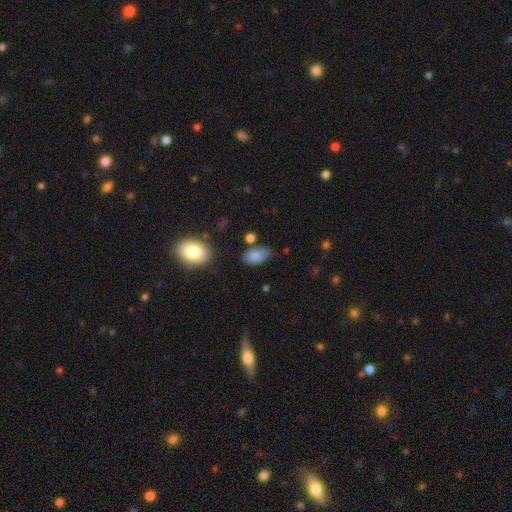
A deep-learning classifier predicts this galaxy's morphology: Smooth or featured? Predicted: smooth (p=0.81). How rounded? Predicted: in between (p=0.92). Merging? Predicted: none (p=0.71).